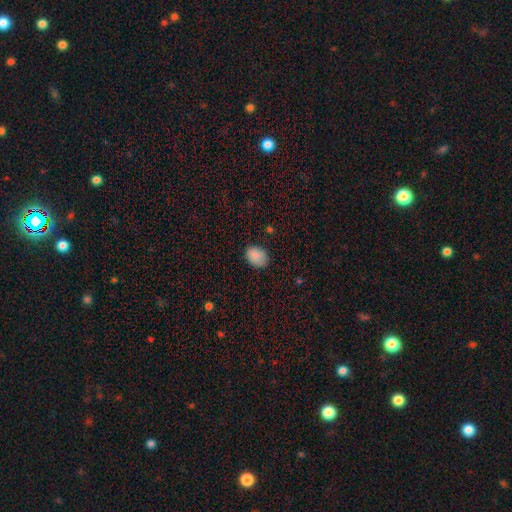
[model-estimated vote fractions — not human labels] The model was most divided on "how rounded": in between: 70%, round: 29%, cigar-shaped: 1%. More confident: smooth or featured — smooth (87%); merging — none (79%).